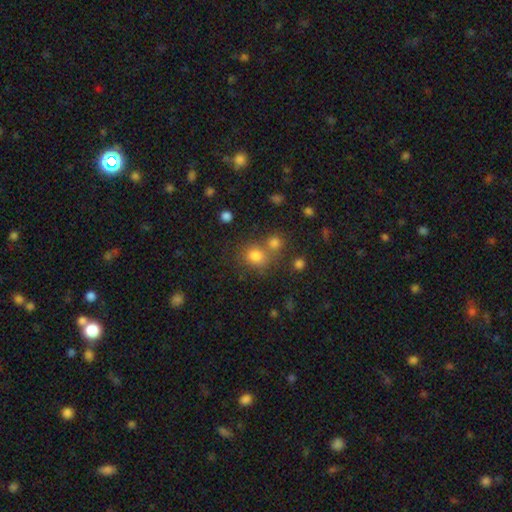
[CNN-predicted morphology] Smooth or featured? Predicted: smooth (p=0.78). How rounded? Predicted: round (p=0.77). Merging? Predicted: none (p=0.57).